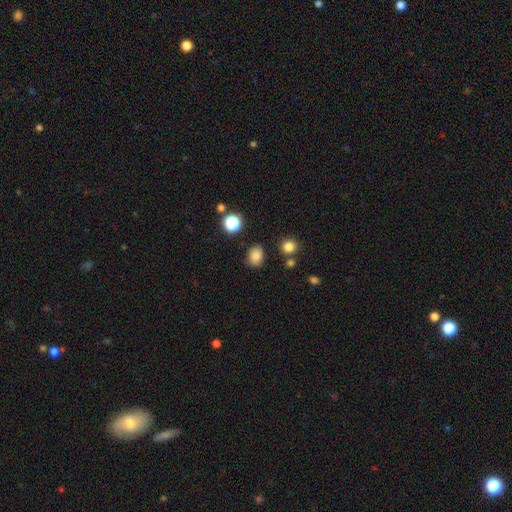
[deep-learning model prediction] smooth-or-featured: smooth: 81% | star or artifact: 13% | featured or disk: 6%
  how-rounded: in between: 55% | round: 43% | cigar-shaped: 1%
  merging: none: 76% | minor disturbance: 16% | major disturbance: 4% | merger: 3%